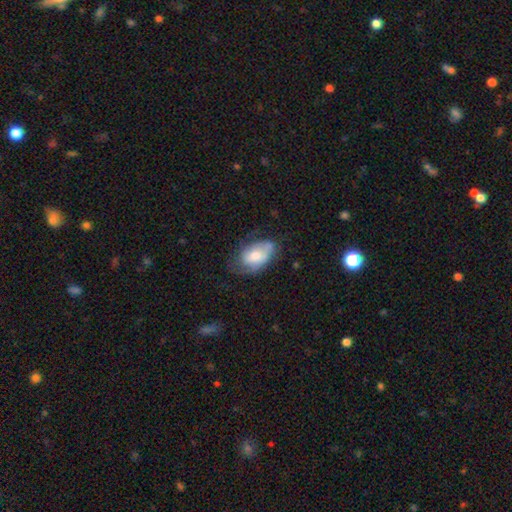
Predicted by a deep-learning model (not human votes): smooth-or-featured: smooth: 52% | featured or disk: 41% | star or artifact: 7%
  how-rounded: in between: 90% | round: 9% | cigar-shaped: 2%
  merging: none: 46% | minor disturbance: 33% | major disturbance: 19% | merger: 3%